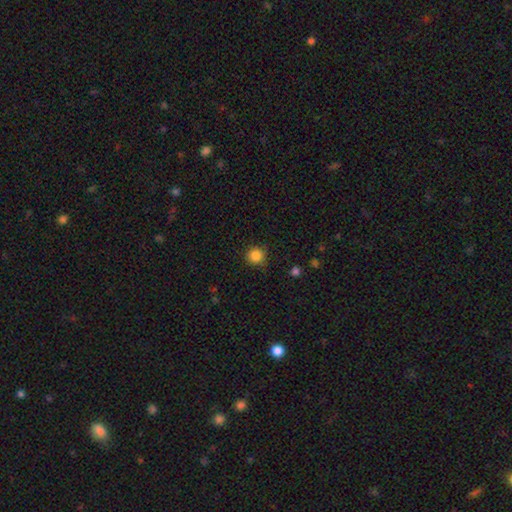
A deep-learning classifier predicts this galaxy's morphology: Smooth or featured? Predicted: smooth (p=0.85). How rounded? Predicted: round (p=0.93). Merging? Predicted: none (p=0.86).